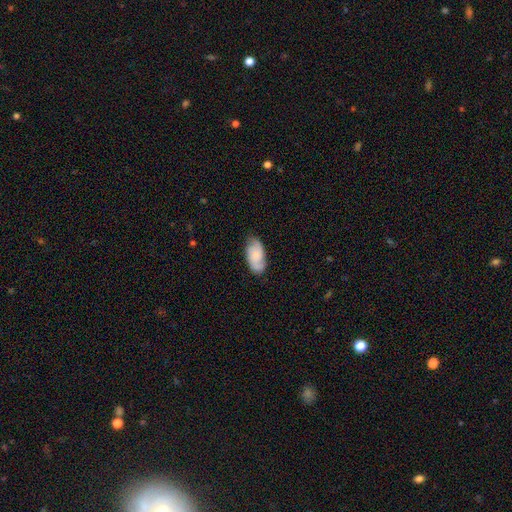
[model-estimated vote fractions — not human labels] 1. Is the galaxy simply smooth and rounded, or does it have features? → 56% smooth, 37% featured or disk, 7% star or artifact.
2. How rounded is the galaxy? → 93% in between, 4% cigar-shaped, 3% round.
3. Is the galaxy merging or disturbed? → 71% none, 23% minor disturbance, 5% major disturbance, 1% merger.